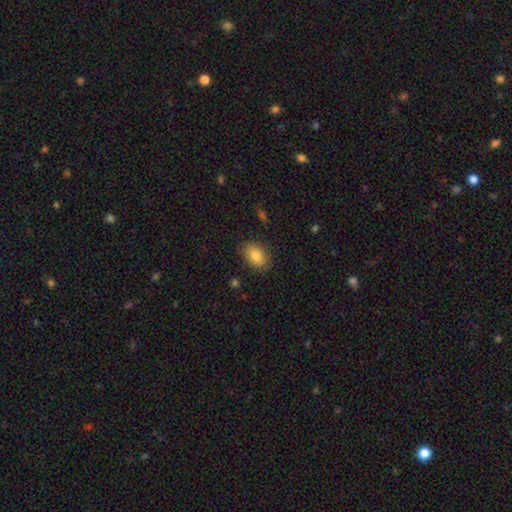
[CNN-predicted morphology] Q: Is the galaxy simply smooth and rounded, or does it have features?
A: smooth — 82%.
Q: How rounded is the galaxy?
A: in between — 83%.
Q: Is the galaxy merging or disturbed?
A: none — 83%.